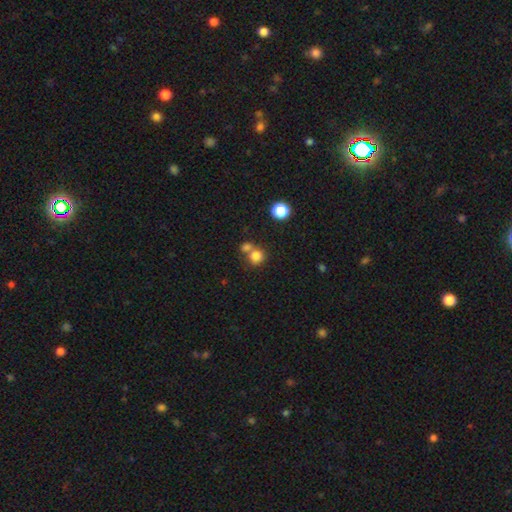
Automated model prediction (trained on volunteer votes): This is likely a smooth galaxy (79%). How rounded: clearly round (83%). Merging: possibly none (47%).